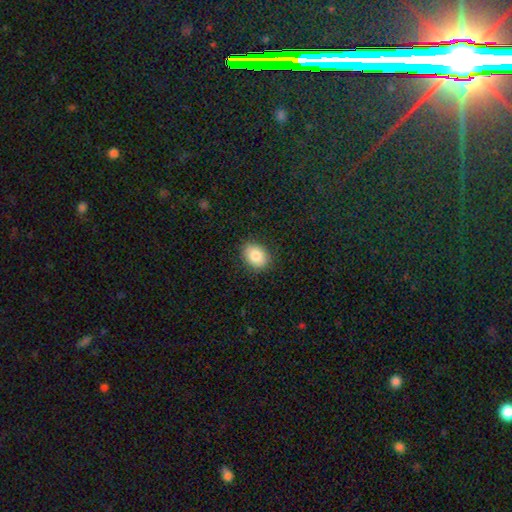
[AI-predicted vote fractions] A smooth galaxy with no disk features (83%) that is in between round and cigar-shaped (66%). Merging: none (87%).